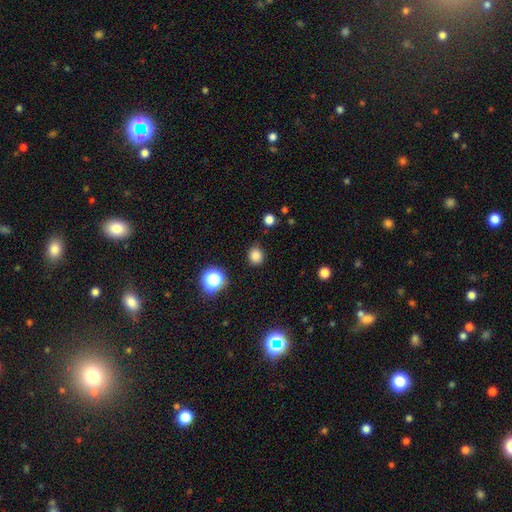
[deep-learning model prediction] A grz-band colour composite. It shows a smooth galaxy with no disk features (83%) that is round (78%). Merging: none (86%).